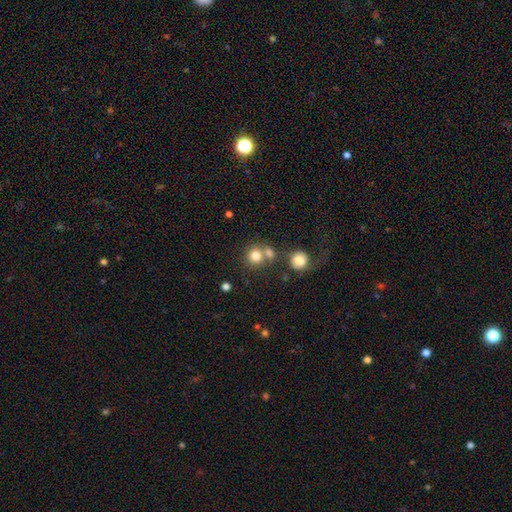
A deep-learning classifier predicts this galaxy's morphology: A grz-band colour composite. It shows a smooth galaxy with no disk features (79%) that is round (87%). Merging: none (57%).